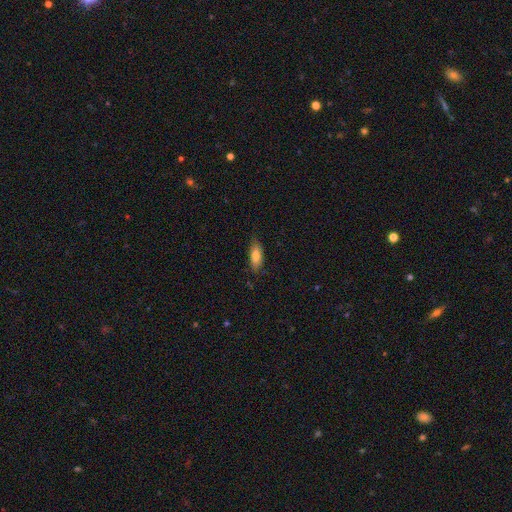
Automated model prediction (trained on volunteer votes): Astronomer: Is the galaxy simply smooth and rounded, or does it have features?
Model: smooth — 78%.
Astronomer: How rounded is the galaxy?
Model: in between — 72%.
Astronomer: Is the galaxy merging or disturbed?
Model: none — 78%.